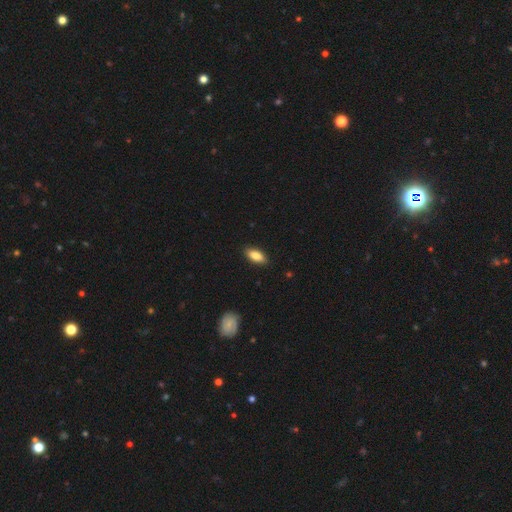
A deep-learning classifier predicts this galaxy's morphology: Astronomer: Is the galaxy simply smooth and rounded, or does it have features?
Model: smooth — 85%.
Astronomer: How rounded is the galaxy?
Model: in between — 86%.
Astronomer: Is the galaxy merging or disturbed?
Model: none — 87%.